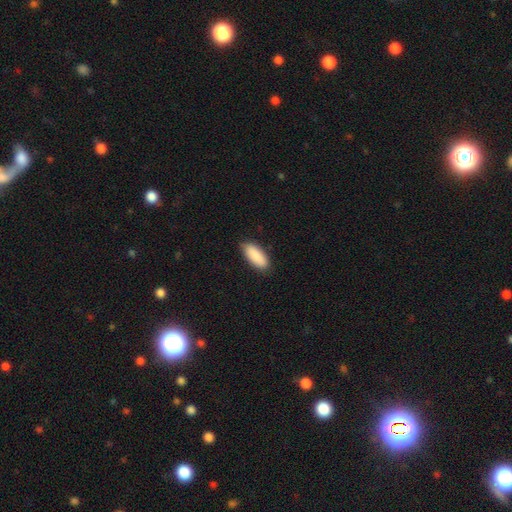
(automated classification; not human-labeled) This appears to be a smooth galaxy with no disk features (89%) that is in between round and cigar-shaped (81%). Merging: none (86%).